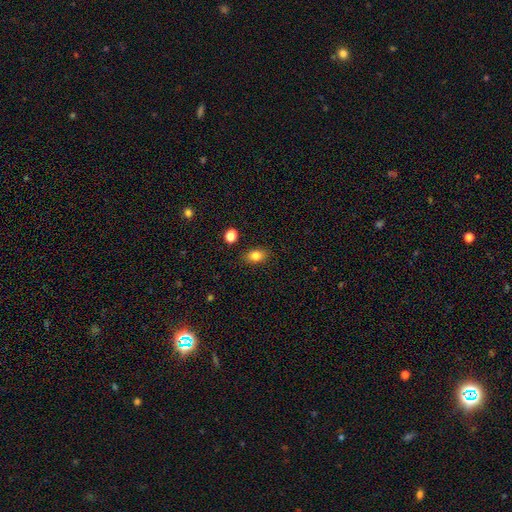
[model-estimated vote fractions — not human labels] Morphology: type=smooth (83%); roundness=in between (81%); merging=none (85%).